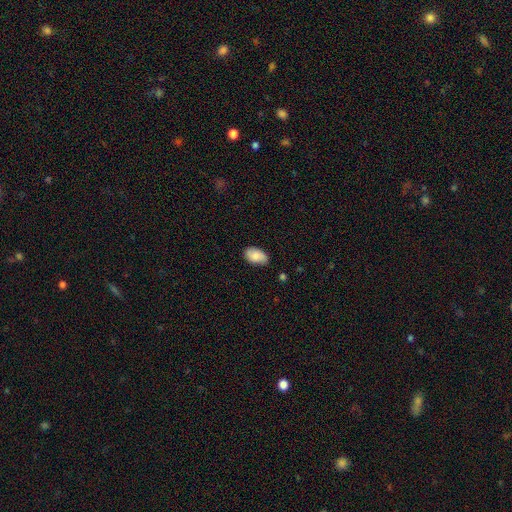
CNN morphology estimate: Smooth or featured? Predicted: smooth (p=0.79). How rounded? Predicted: in between (p=0.93). Merging? Predicted: none (p=0.76).